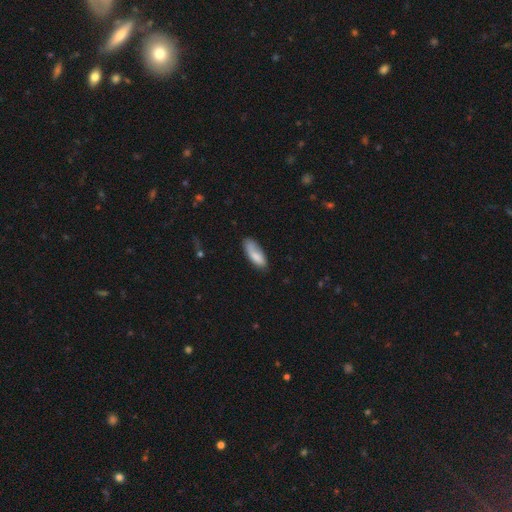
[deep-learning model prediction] Smooth or featured? Predicted: smooth (p=0.81). How rounded? Predicted: in between (p=0.73). Merging? Predicted: none (p=0.62).